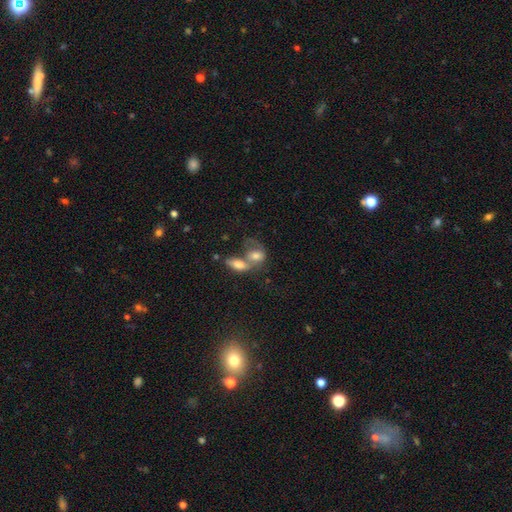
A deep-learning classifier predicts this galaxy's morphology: Smooth or featured?
  - smooth: 68% *
  - featured or disk: 23%
  - star or artifact: 9%
How rounded?
  - in between: 78% *
  - round: 19%
  - cigar-shaped: 4%
Merging?
  - merger: 70% *
  - none: 15%
  - major disturbance: 8%
  - minor disturbance: 7%